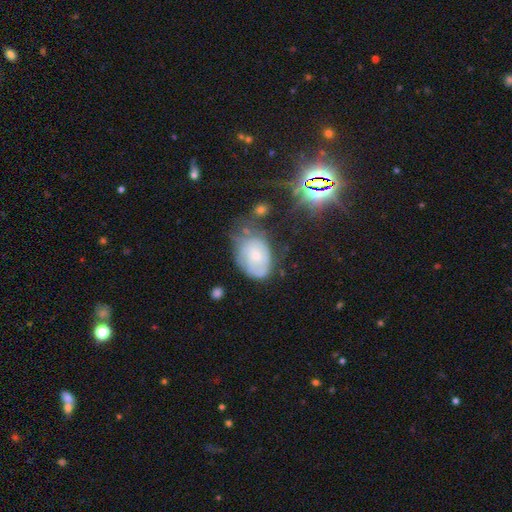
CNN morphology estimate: This is possibly a smooth galaxy (48%). Merging: marginally none (41%).